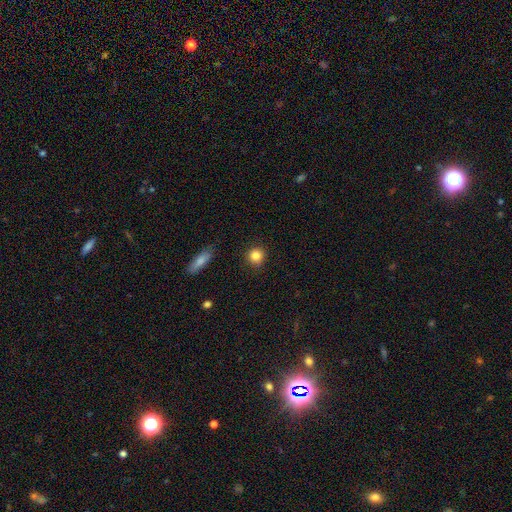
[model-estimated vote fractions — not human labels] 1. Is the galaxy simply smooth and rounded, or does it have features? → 85% smooth, 10% star or artifact, 5% featured or disk.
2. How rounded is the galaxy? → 91% round, 8% in between, 1% cigar-shaped.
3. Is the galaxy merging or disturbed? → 87% none, 9% minor disturbance, 2% major disturbance, 1% merger.